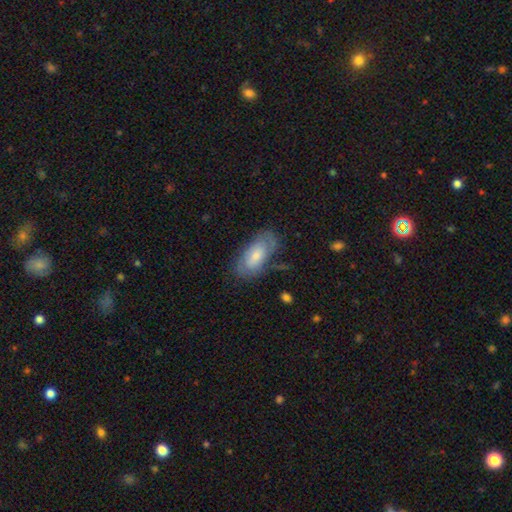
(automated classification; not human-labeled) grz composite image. It shows a smooth galaxy with no disk features (59%) that is in between round and cigar-shaped (90%). Merging: none (60%).